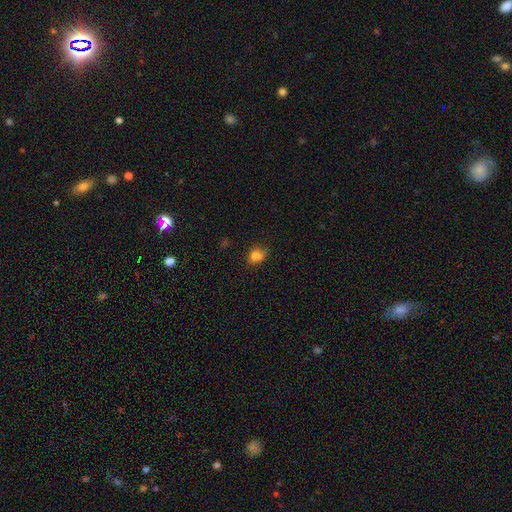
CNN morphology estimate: Q: Smooth or featured?
A: smooth (75%); runner-up: star or artifact (13%)
Q: How rounded?
A: round (56%); runner-up: in between (43%)
Q: Merging?
A: none (46%); runner-up: merger (24%)